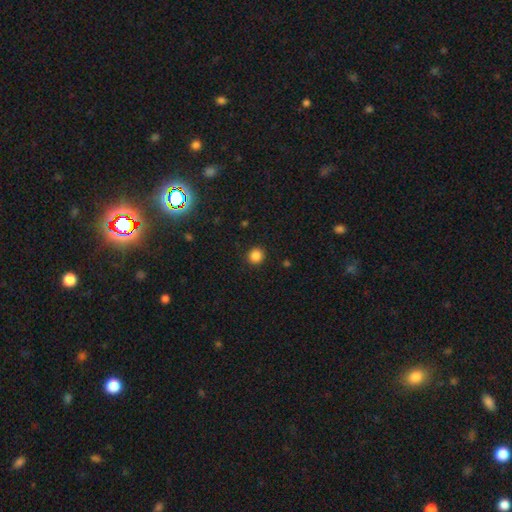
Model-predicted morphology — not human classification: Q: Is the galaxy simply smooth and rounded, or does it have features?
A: smooth — 85%.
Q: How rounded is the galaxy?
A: round — 93%.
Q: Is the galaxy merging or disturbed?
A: none — 92%.